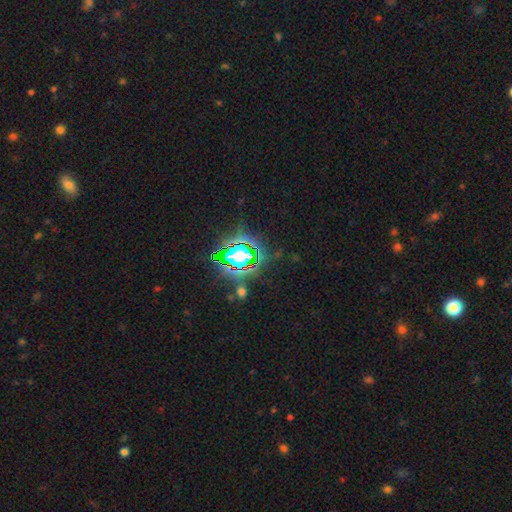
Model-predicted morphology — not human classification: star or artifact 80%, smooth 12%, featured or disk 9%.